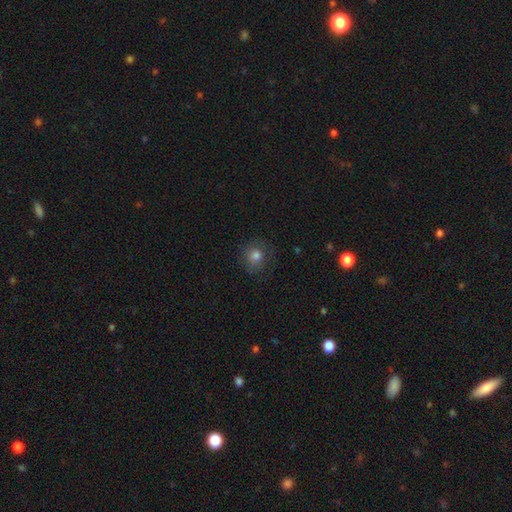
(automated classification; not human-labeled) Smooth or featured: smooth — 78% (star or artifact — 14%)
How rounded: round — 83% (in between — 16%)
Merging: none — 78% (minor disturbance — 15%)